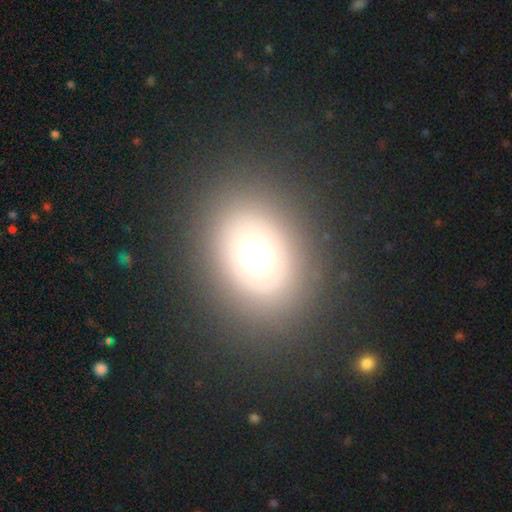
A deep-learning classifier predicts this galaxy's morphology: A smooth galaxy with no disk features (66%) that is in between round and cigar-shaped (51%).

Vote fractions:
- Smooth or featured? smooth: 66% / featured or disk: 18% / star or artifact: 16%
- How rounded? in between: 51% / round: 48% / cigar-shaped: 1%
- Merging? none: 85% / minor disturbance: 8% / major disturbance: 6% / merger: 1%